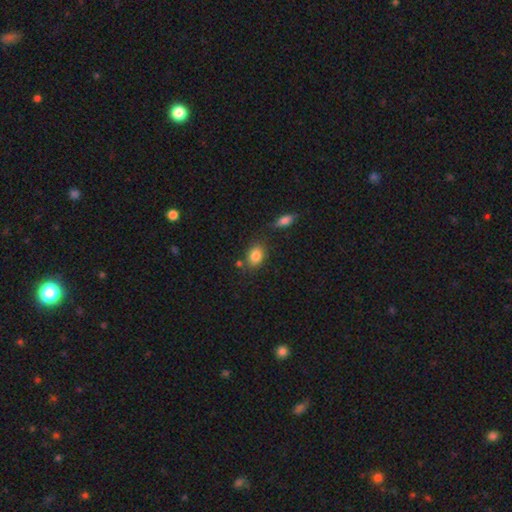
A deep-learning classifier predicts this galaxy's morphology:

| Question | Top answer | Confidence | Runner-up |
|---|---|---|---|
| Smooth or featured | smooth | 84% | star or artifact (9%) |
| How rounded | in between | 72% | round (26%) |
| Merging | none | 72% | minor disturbance (14%) |